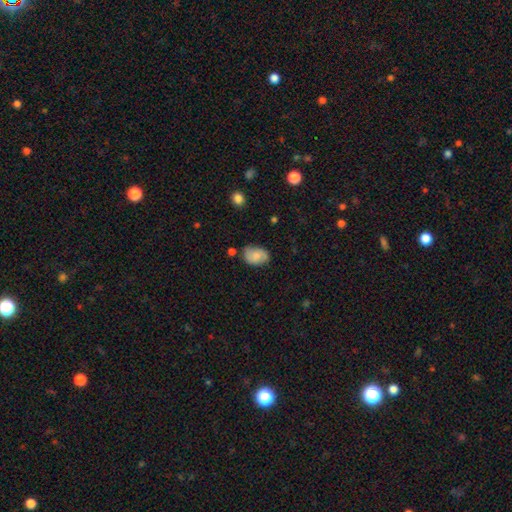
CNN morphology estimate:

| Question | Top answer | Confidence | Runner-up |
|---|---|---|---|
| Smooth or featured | smooth | 71% | featured or disk (21%) |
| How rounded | in between | 81% | round (18%) |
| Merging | none | 68% | minor disturbance (23%) |